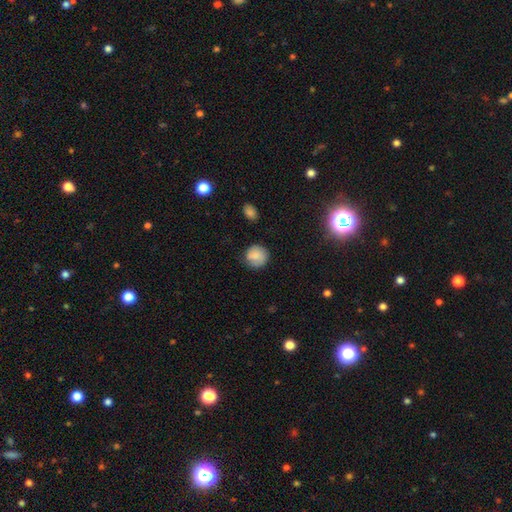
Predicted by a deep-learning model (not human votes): A smooth galaxy with no disk features (81%) that is round (89%). Merging: none (76%).